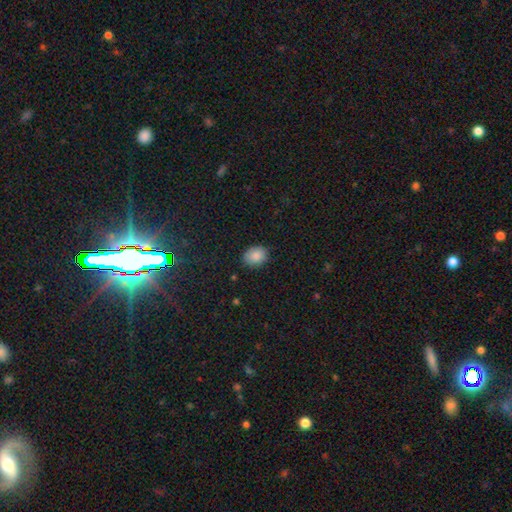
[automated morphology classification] Smooth or featured? Predicted: smooth (p=0.87). How rounded? Predicted: in between (p=0.58). Merging? Predicted: none (p=0.84).